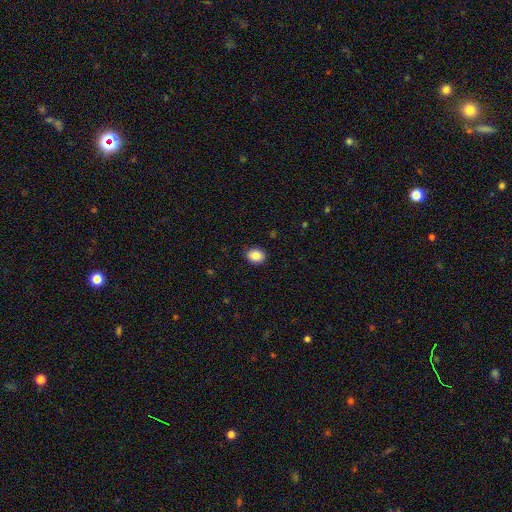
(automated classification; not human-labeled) Smooth or featured? smooth (86%)
How rounded? in between (53%)
Merging? none (90%)